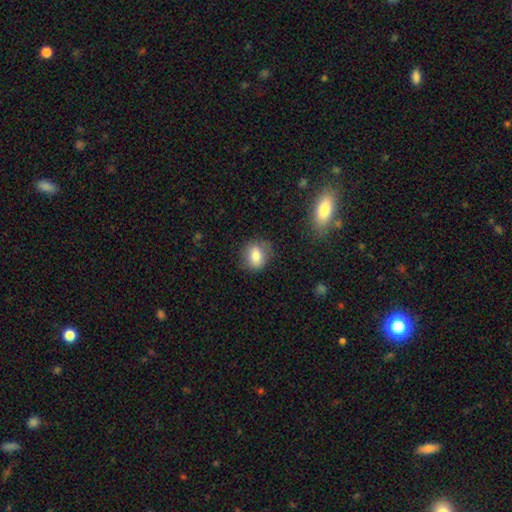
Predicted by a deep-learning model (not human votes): The model was most divided on "how rounded": round: 60%, in between: 38%, cigar-shaped: 1%. More confident: merging — none (79%); smooth or featured — smooth (78%).